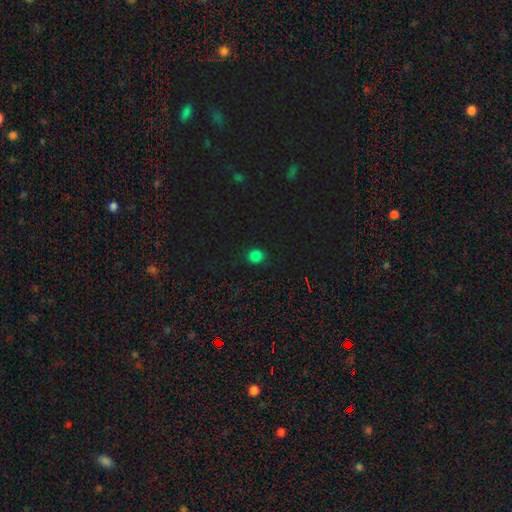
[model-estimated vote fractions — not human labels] Q: Smooth or featured?
A: smooth (79%); runner-up: star or artifact (18%)
Q: How rounded?
A: round (78%); runner-up: in between (21%)
Q: Merging?
A: none (90%); runner-up: minor disturbance (7%)